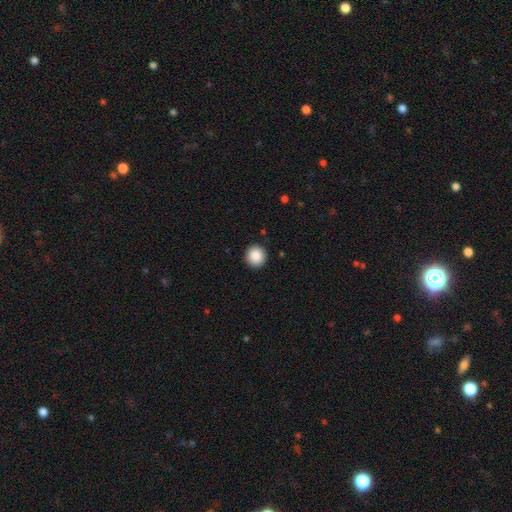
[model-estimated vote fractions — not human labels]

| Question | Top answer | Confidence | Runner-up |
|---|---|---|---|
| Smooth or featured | smooth | 88% | star or artifact (9%) |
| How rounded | round | 94% | in between (5%) |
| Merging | none | 91% | minor disturbance (6%) |